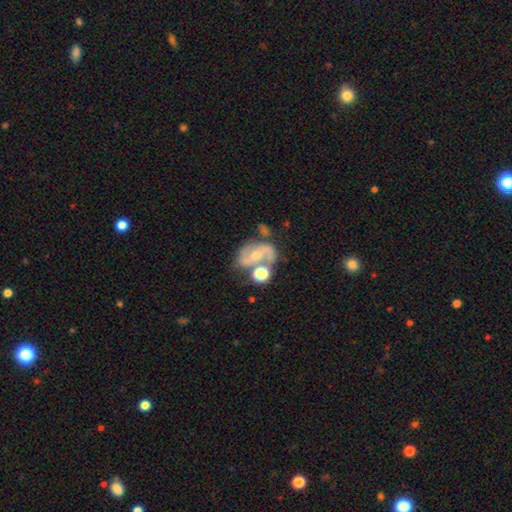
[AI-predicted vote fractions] Smooth or featured?
  - featured or disk: 77% *
  - smooth: 14%
  - star or artifact: 9%
Edge-on disk?
  - no: 97% *
  - yes: 3%
Bar?
  - no: 42% *
  - weak: 37%
  - strong: 21%
Spiral arms?
  - yes: 87% *
  - no: 13%
Spiral winding?
  - medium: 50% *
  - loose: 29%
  - tight: 21%
Spiral arm count?
  - 2: 83% *
  - can't tell: 7%
  - 1: 5%
  - 3: 2%
  - 4: 1%
  - more than 4: 1%
Bulge size?
  - moderate: 54% *
  - small: 40%
  - large: 3%
  - none: 2%
  - dominant: 1%
Merging?
  - none: 45% *
  - merger: 23%
  - minor disturbance: 19%
  - major disturbance: 13%